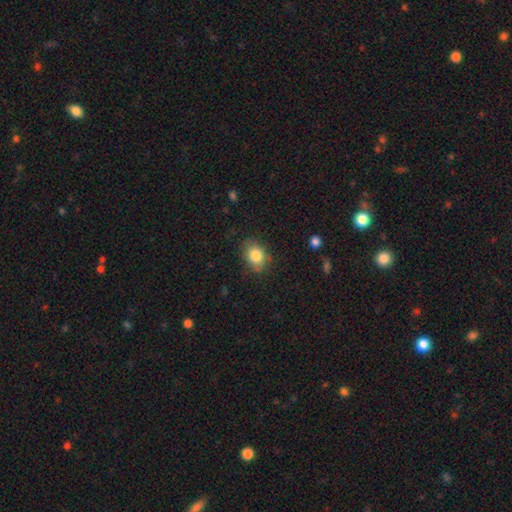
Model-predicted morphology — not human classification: A smooth galaxy with no disk features (83%) that is in between round and cigar-shaped (58%).

Vote fractions:
- Smooth or featured? smooth: 83% / star or artifact: 9% / featured or disk: 8%
- How rounded? in between: 58% / round: 41% / cigar-shaped: 1%
- Merging? none: 76% / minor disturbance: 18% / major disturbance: 4% / merger: 1%